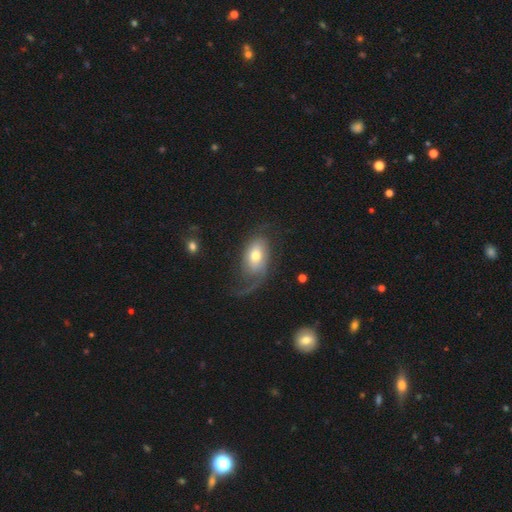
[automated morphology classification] smooth_or_featured: featured or disk (p=0.53) [alt: smooth p=0.41]
disk_edge_on: no (p=0.93) [alt: yes p=0.07]
merging: none (p=0.40) [alt: major disturbance p=0.38]